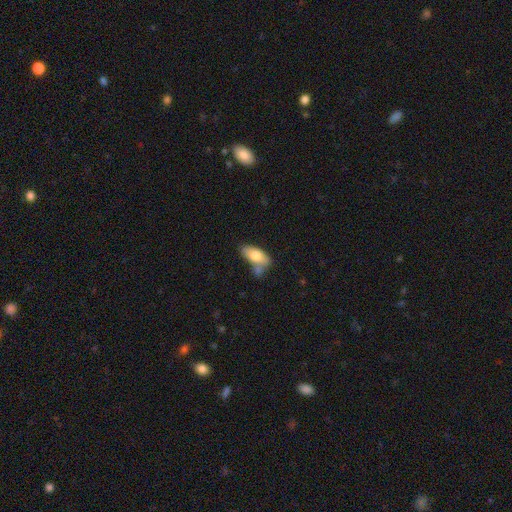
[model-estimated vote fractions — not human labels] This appears to be a smooth galaxy with no disk features (75%) that is in between round and cigar-shaped (87%). Merging: none (48%).